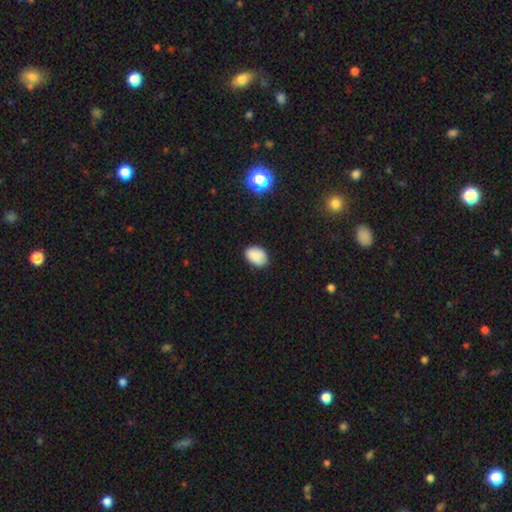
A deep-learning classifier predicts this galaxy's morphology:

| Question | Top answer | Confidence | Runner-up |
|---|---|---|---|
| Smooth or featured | smooth | 87% | star or artifact (9%) |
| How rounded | in between | 78% | round (21%) |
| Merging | none | 81% | minor disturbance (15%) |